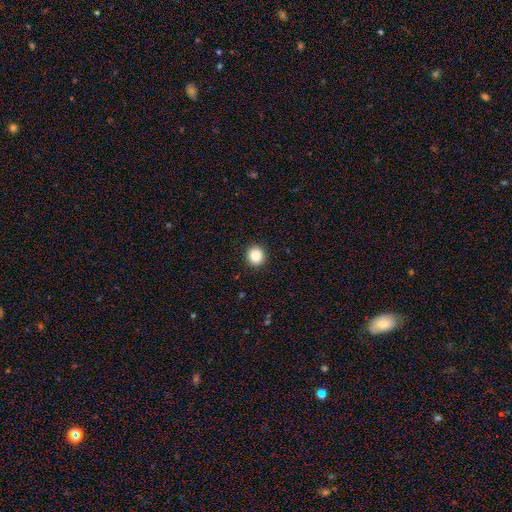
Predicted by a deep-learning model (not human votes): A smooth galaxy with no disk features (88%) that is round (87%).

Vote fractions:
- Smooth or featured? smooth: 88% / star or artifact: 9% / featured or disk: 3%
- How rounded? round: 87% / in between: 12% / cigar-shaped: 1%
- Merging? none: 92% / minor disturbance: 5% / major disturbance: 2% / merger: 1%